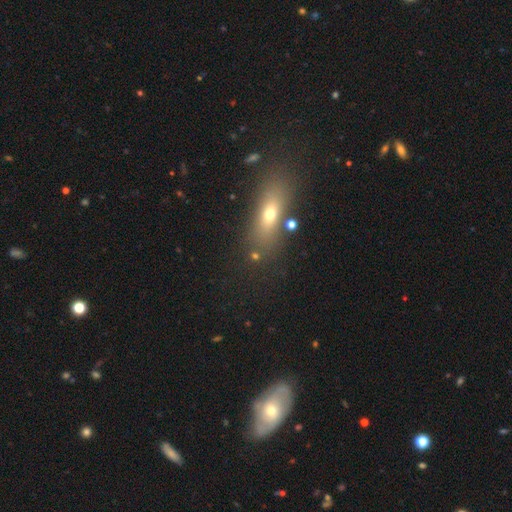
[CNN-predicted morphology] Smooth or featured: smooth — 59% (featured or disk — 22%)
How rounded: in between — 50% (cigar-shaped — 36%)
Merging: none — 76% (minor disturbance — 11%)